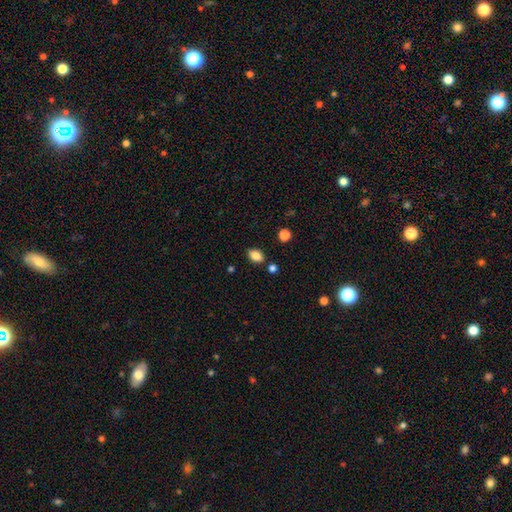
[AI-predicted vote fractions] A smooth galaxy with no disk features (85%) that is in between round and cigar-shaped (84%).

Vote fractions:
- Smooth or featured? smooth: 85% / star or artifact: 9% / featured or disk: 5%
- How rounded? in between: 84% / round: 15% / cigar-shaped: 2%
- Merging? none: 82% / minor disturbance: 11% / merger: 5% / major disturbance: 3%